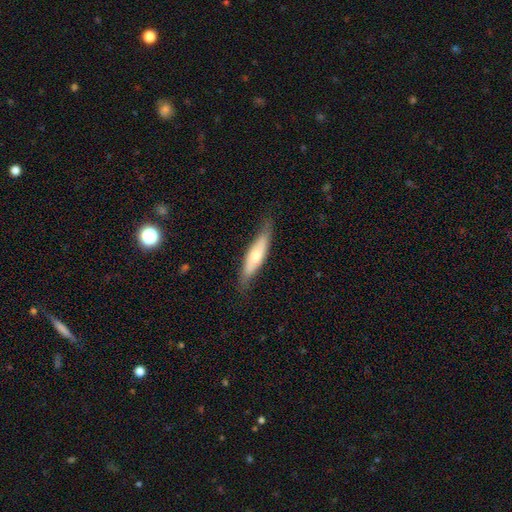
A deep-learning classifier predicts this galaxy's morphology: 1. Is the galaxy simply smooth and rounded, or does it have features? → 53% smooth, 42% featured or disk, 6% star or artifact.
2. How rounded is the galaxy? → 68% cigar-shaped, 30% in between, 2% round.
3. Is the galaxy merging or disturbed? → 76% none, 18% minor disturbance, 4% major disturbance, 1% merger.